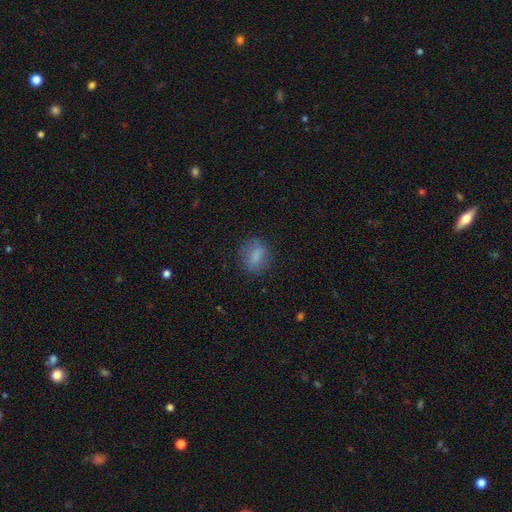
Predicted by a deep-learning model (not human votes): smooth-or-featured: smooth: 79% | featured or disk: 12% | star or artifact: 9%
  how-rounded: in between: 52% | round: 45% | cigar-shaped: 4%
  merging: none: 80% | minor disturbance: 14% | major disturbance: 5% | merger: 1%